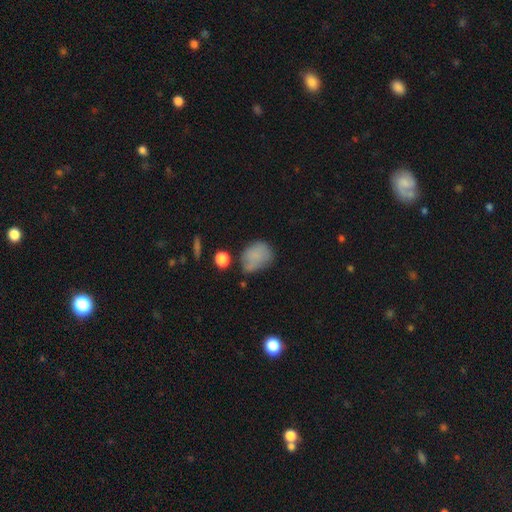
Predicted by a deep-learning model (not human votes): A smooth galaxy with no disk features (77%) that is in between round and cigar-shaped (62%). Merging: none (46%).